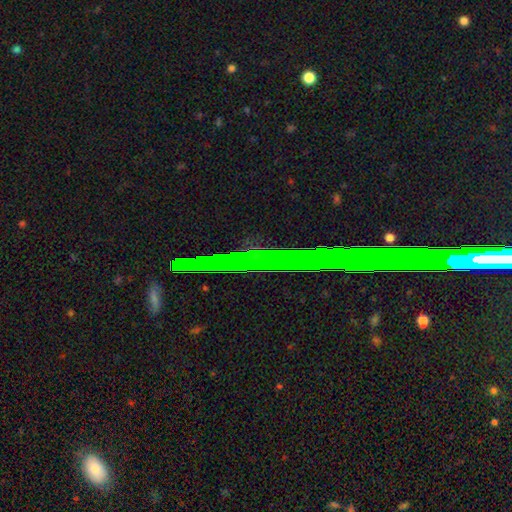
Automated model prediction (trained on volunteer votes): Smooth or featured: star or artifact — 50% (smooth — 25%)